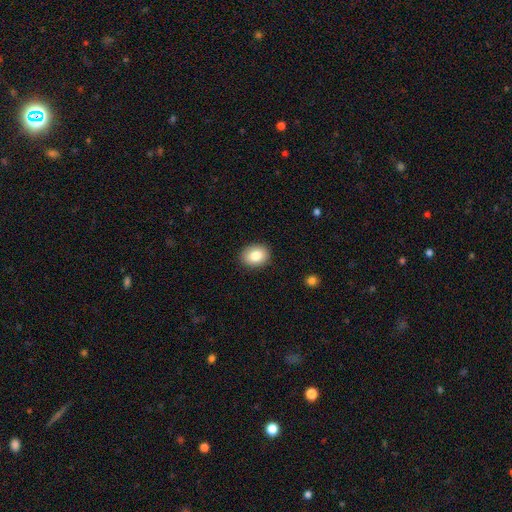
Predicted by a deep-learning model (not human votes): Smooth or featured?
  - smooth: 84% *
  - star or artifact: 8%
  - featured or disk: 8%
How rounded?
  - in between: 55% *
  - round: 44%
  - cigar-shaped: 1%
Merging?
  - none: 89% *
  - minor disturbance: 8%
  - major disturbance: 2%
  - merger: 1%